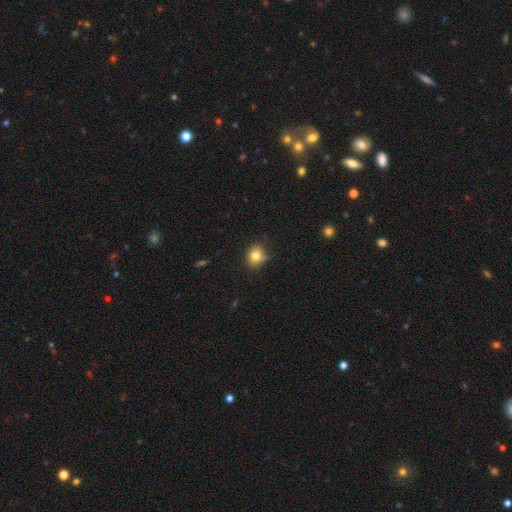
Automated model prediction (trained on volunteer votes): Morphology: type=smooth (79%); roundness=round (69%); merging=none (68%).